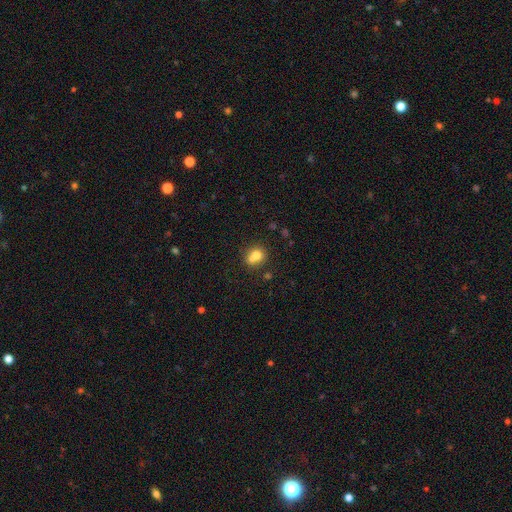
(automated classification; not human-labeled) smooth-or-featured: smooth: 72% | featured or disk: 16% | star or artifact: 11%
  how-rounded: round: 69% | in between: 30% | cigar-shaped: 1%
  merging: merger: 46% | none: 40% | minor disturbance: 11% | major disturbance: 4%